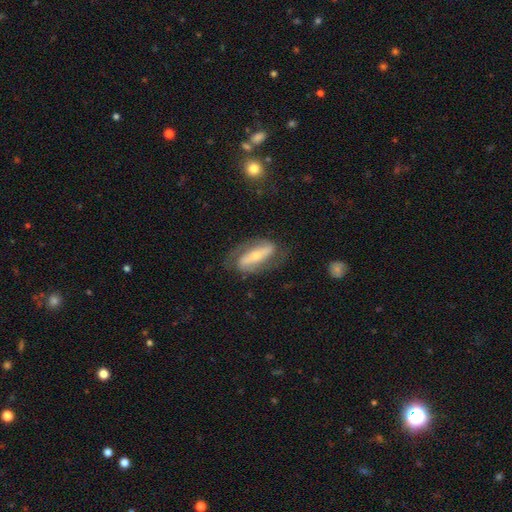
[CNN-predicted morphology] Overall: featured or disk (76%). Edge-on disk: no (86%). Bar: strong (64%). Spiral arms: yes (83%). Spiral arm count: 2 (86%). Spiral winding: medium (41%; tight 30%). Bulge size: small (56%; moderate 38%). Merging: none (72%).